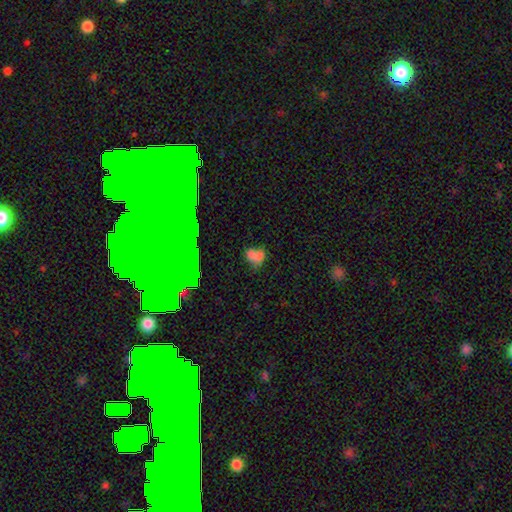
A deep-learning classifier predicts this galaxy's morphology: smooth 61%, featured or disk 23%, star or artifact 17%. Down the decision tree: how rounded — in between (59%); merging — none (37%).